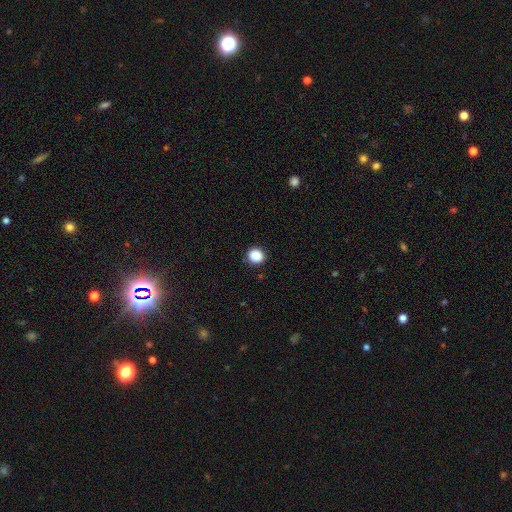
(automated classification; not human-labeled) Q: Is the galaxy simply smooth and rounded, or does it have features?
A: smooth — 88%.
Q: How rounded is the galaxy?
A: round — 86%.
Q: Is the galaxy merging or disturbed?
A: none — 90%.